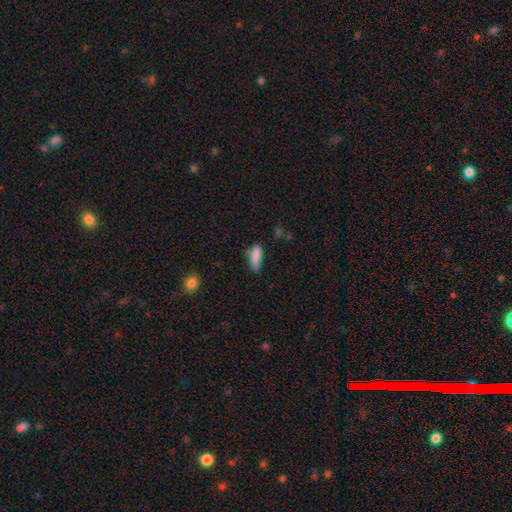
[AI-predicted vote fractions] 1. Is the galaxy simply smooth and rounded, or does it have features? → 83% smooth, 9% star or artifact, 8% featured or disk.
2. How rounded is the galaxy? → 68% in between, 30% cigar-shaped, 2% round.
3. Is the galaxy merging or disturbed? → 46% none, 37% minor disturbance, 12% major disturbance, 5% merger.